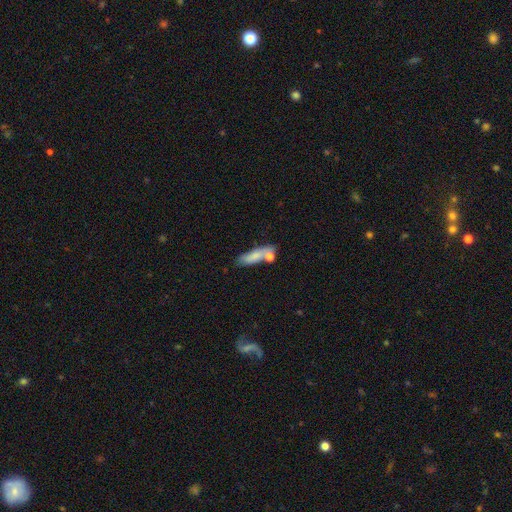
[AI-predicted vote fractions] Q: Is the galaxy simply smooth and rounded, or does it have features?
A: smooth — 75%.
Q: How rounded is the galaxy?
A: cigar-shaped — 52%.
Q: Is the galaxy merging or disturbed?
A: none — 56%.